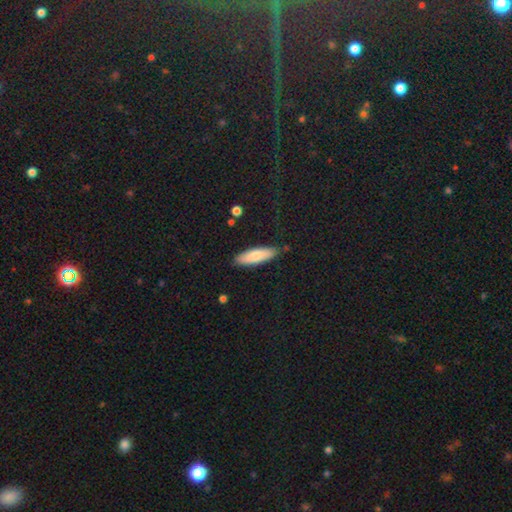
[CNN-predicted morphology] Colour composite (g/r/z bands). It shows a smooth galaxy with no disk features (79%) that is cigar-shaped (53%). Merging: none (86%).